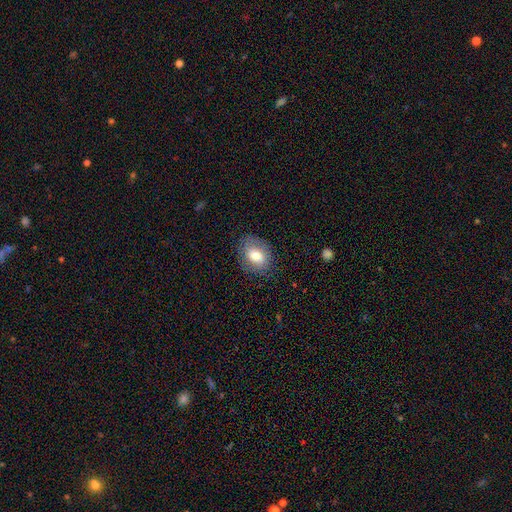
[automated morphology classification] This is likely a smooth galaxy (70%). How rounded: likely in between (68%). Merging: likely none (79%).